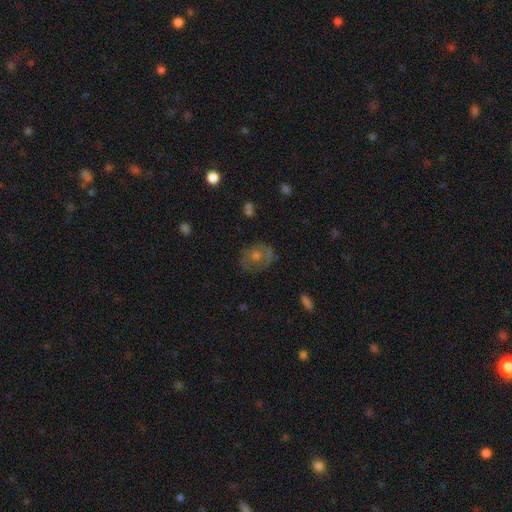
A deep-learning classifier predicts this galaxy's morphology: Q: Smooth or featured?
A: smooth (45%); runner-up: featured or disk (42%)
Q: Merging?
A: none (69%); runner-up: minor disturbance (20%)